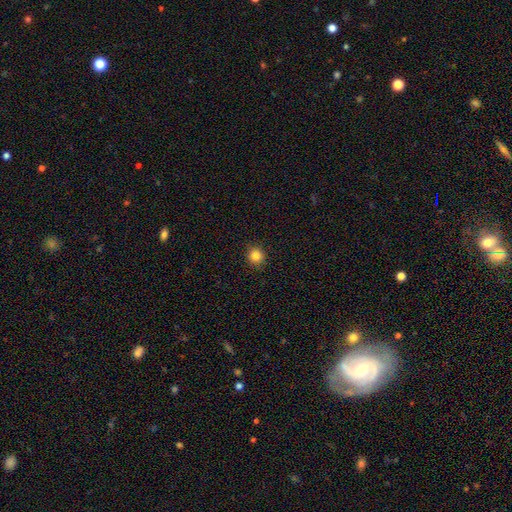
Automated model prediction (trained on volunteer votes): This appears to be a smooth galaxy with no disk features (84%) that is round (92%). Merging: none (91%).